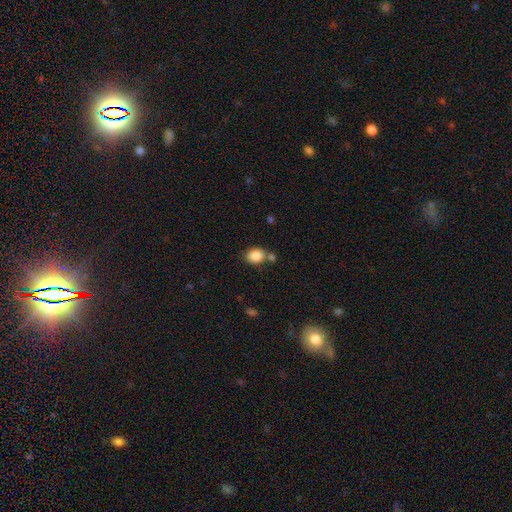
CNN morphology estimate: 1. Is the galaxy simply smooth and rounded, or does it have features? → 86% smooth, 9% star or artifact, 5% featured or disk.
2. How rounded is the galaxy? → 51% in between, 48% round, 1% cigar-shaped.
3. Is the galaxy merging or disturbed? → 68% none, 16% merger, 12% minor disturbance, 4% major disturbance.